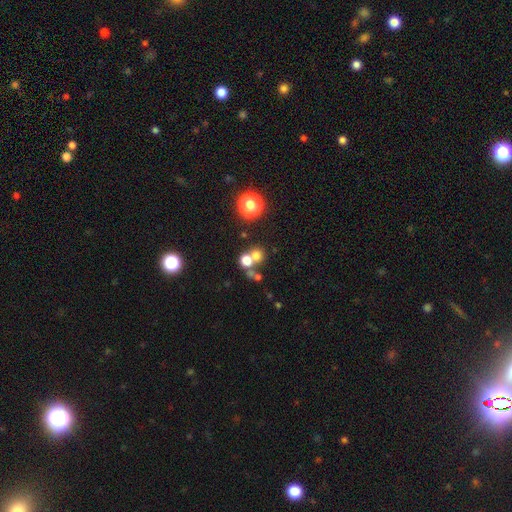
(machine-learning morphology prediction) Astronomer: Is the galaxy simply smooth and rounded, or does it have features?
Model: smooth — 67%.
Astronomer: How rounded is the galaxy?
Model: round — 85%.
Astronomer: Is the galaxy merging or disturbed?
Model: none — 49% (runner-up: merger, 40%).